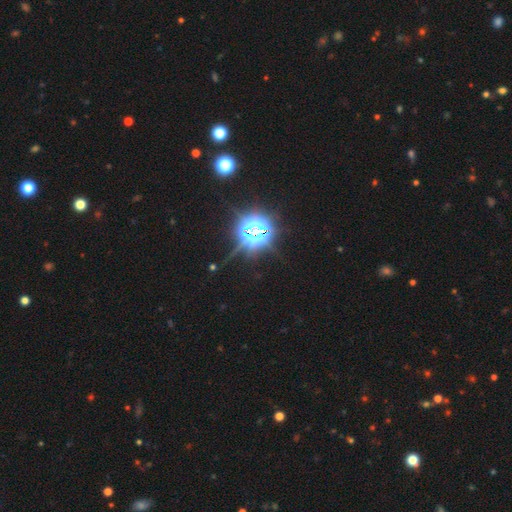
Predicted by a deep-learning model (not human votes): This is clearly a star or artifact rather than a galaxy (85%).